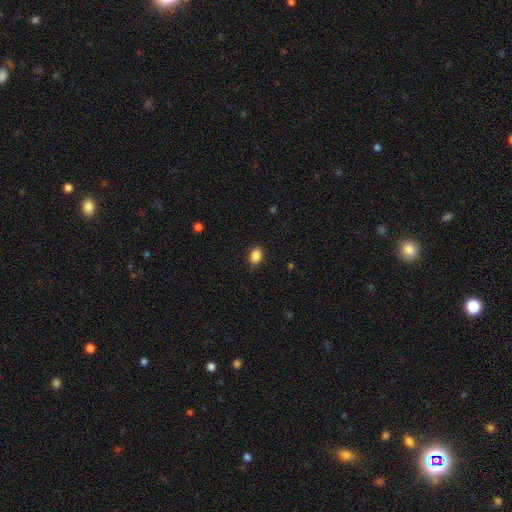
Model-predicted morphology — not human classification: smooth_or_featured: smooth (p=0.87) [alt: star or artifact p=0.09]
how_rounded: in between (p=0.78) [alt: round p=0.21]
merging: none (p=0.86) [alt: minor disturbance p=0.11]